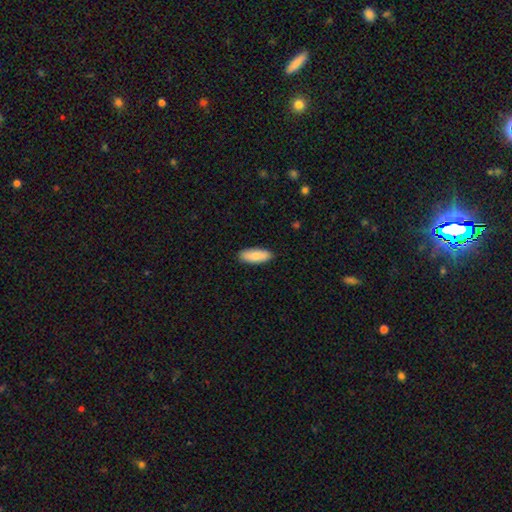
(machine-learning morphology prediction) A smooth galaxy with no disk features (84%) that is in between round and cigar-shaped (78%).

Vote fractions:
- Smooth or featured? smooth: 84% / featured or disk: 11% / star or artifact: 6%
- How rounded? in between: 78% / cigar-shaped: 20% / round: 2%
- Merging? none: 88% / minor disturbance: 9% / major disturbance: 2% / merger: 1%